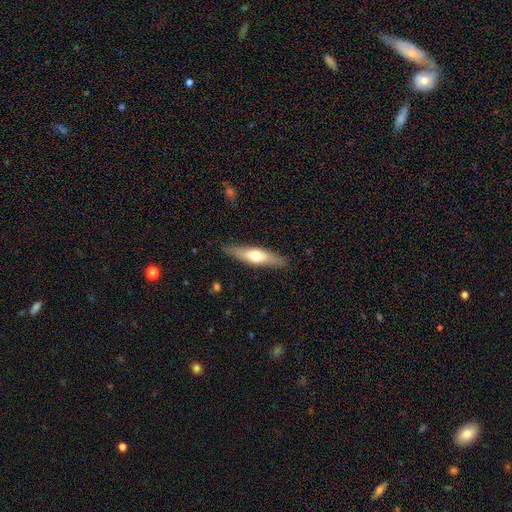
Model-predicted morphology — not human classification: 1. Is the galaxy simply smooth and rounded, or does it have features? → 51% smooth, 44% featured or disk, 5% star or artifact.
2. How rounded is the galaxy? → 73% cigar-shaped, 25% in between, 2% round.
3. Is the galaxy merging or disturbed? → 86% none, 10% minor disturbance, 2% major disturbance, 1% merger.